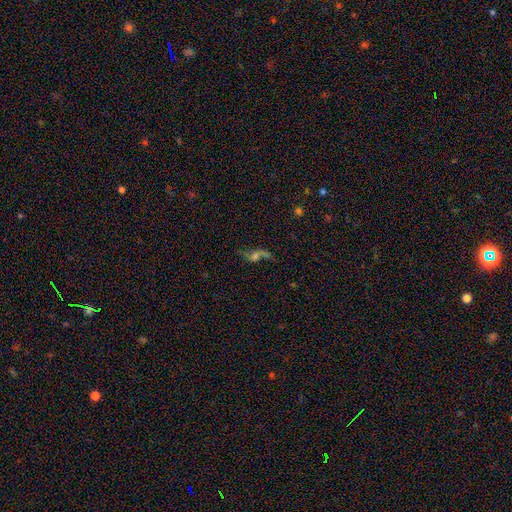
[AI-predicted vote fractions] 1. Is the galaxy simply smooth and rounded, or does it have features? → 56% featured or disk, 24% smooth, 20% star or artifact.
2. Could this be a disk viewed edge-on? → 83% no, 17% yes.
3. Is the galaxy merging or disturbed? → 55% none, 18% minor disturbance, 16% major disturbance, 11% merger.